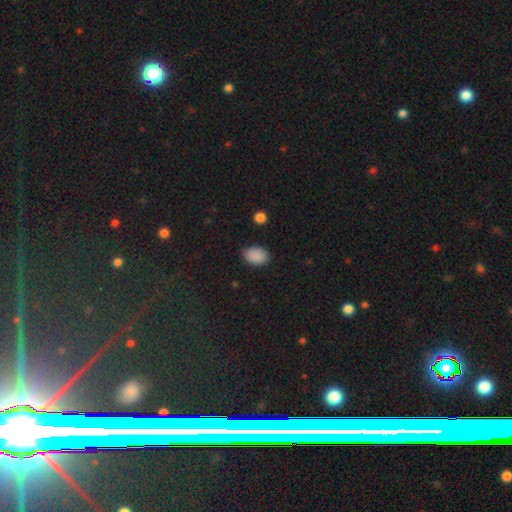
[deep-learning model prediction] A smooth galaxy with no disk features (88%) that is in between round and cigar-shaped (80%). Merging: none (80%).